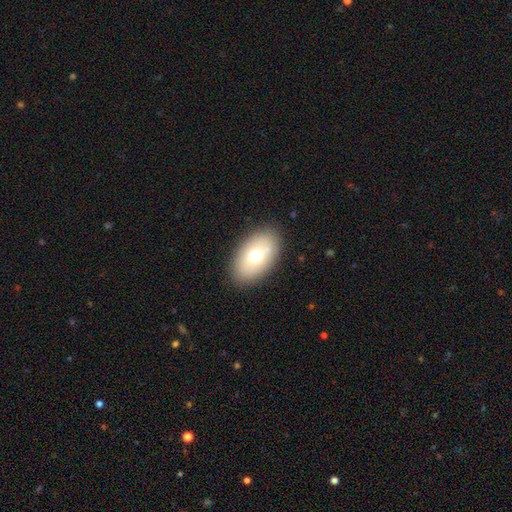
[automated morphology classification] This is likely a smooth galaxy (67%). How rounded: clearly in between (90%). Merging: clearly none (84%).